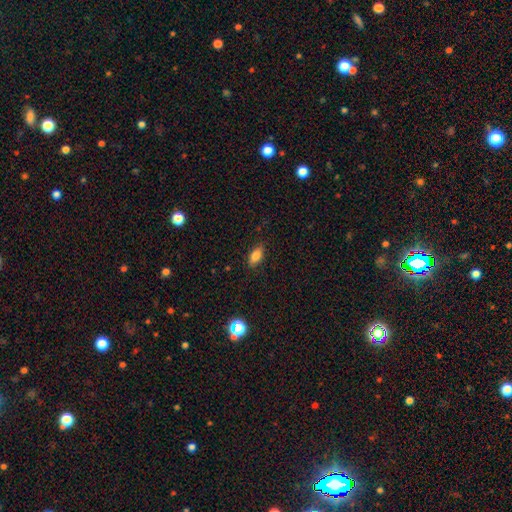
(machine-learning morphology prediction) This is clearly a smooth galaxy (83%). How rounded: clearly in between (87%). Merging: clearly none (86%).